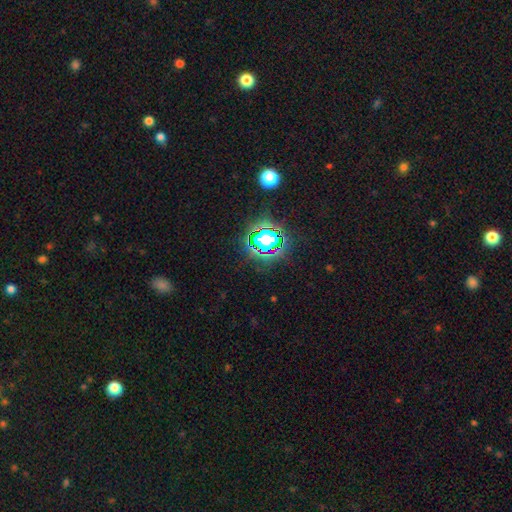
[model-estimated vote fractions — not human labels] The model was most divided on "smooth or featured": star or artifact: 78%, smooth: 14%, featured or disk: 7%.